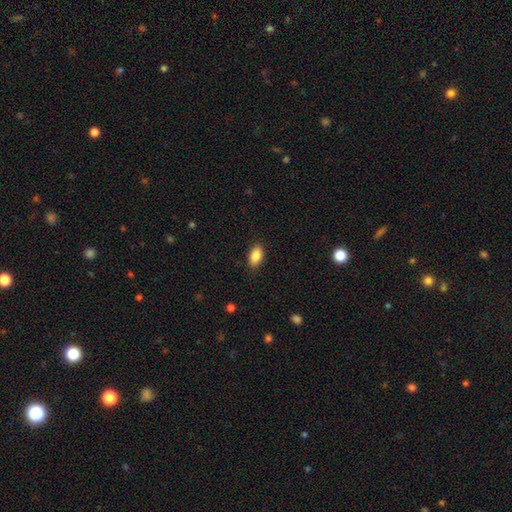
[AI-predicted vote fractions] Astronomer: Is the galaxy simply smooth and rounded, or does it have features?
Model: smooth — 87%.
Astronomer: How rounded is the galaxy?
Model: in between — 92%.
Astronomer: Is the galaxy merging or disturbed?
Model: none — 87%.